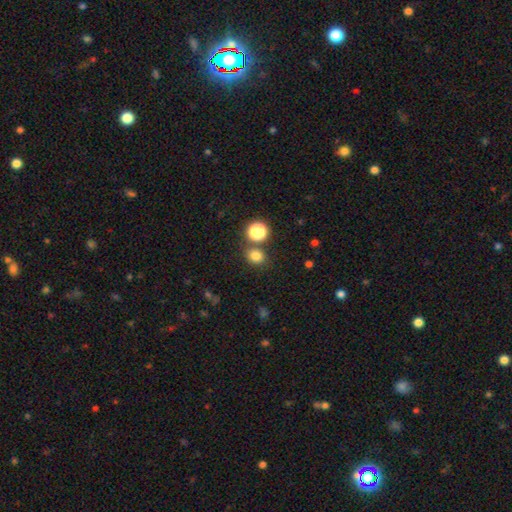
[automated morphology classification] The model was most divided on "how rounded": round: 65%, in between: 34%, cigar-shaped: 1%. More confident: smooth or featured — smooth (79%); merging — none (76%).